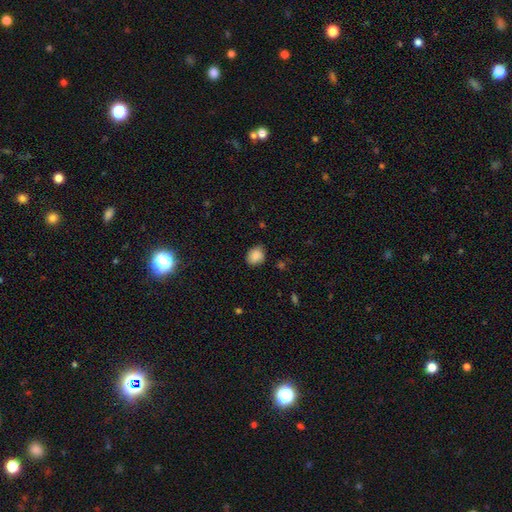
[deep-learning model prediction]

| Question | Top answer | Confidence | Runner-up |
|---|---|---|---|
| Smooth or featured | smooth | 86% | star or artifact (8%) |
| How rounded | round | 52% | in between (47%) |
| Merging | none | 77% | minor disturbance (18%) |